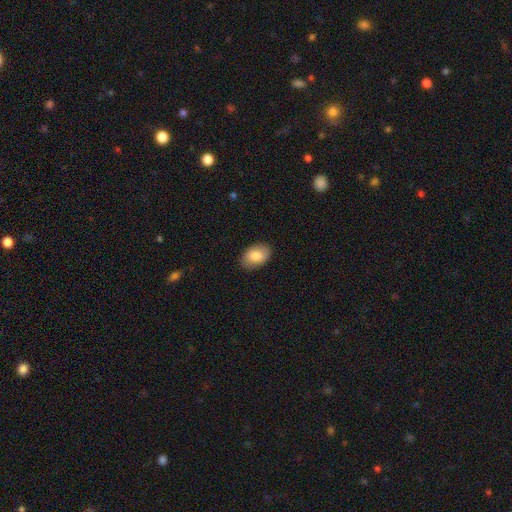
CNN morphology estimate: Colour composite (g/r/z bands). It shows a smooth galaxy with no disk features (82%) that is in between round and cigar-shaped (87%). Merging: none (86%).